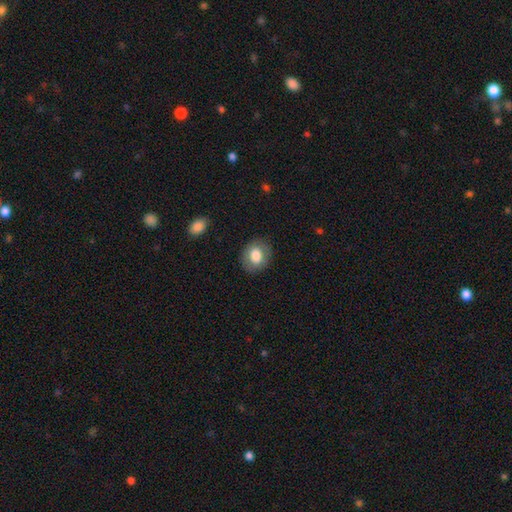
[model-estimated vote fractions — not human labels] A smooth galaxy with no disk features (79%) that is in between round and cigar-shaped (53%).

Vote fractions:
- Smooth or featured? smooth: 79% / featured or disk: 13% / star or artifact: 8%
- How rounded? in between: 53% / round: 46% / cigar-shaped: 1%
- Merging? none: 84% / minor disturbance: 11% / major disturbance: 4% / merger: 1%